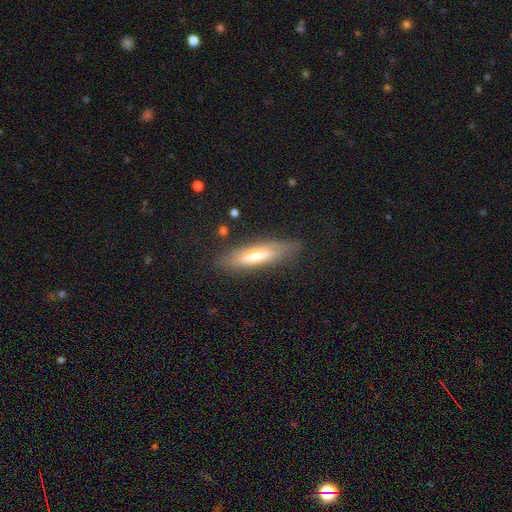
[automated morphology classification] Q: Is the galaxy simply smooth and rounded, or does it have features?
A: smooth — 52%.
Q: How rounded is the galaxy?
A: cigar-shaped — 74%.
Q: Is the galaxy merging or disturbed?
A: none — 81%.